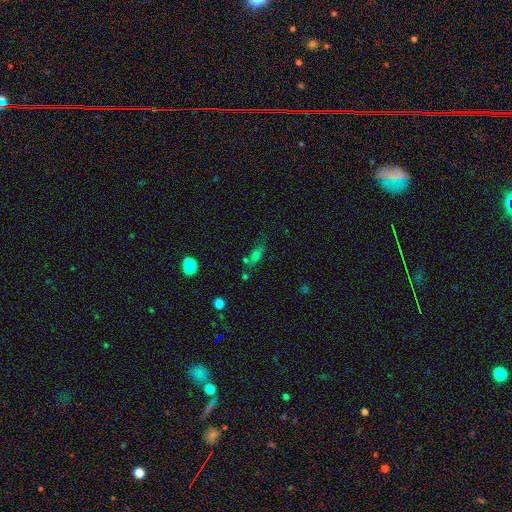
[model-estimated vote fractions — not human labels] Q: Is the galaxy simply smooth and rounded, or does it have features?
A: smooth — 61%.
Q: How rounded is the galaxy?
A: in between — 60%.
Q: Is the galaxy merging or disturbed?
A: none — 55%.